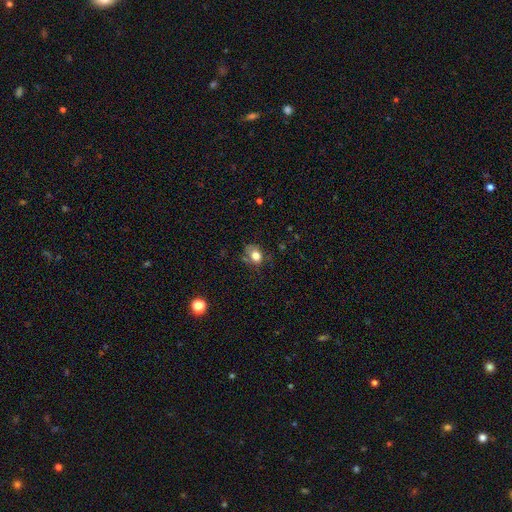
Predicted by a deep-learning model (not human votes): This is likely a smooth galaxy (74%). How rounded: possibly in between (50%). Merging: possibly none (51%).